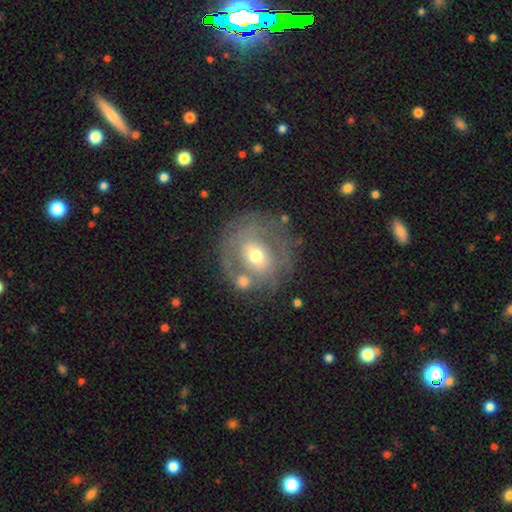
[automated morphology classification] Q: Smooth or featured?
A: featured or disk (59%); runner-up: smooth (32%)
Q: Edge-on disk?
A: no (96%); runner-up: yes (4%)
Q: Bar?
A: no (56%); runner-up: weak (31%)
Q: Spiral arms?
A: yes (52%); runner-up: no (48%)
Q: Bulge size?
A: moderate (63%); runner-up: small (28%)
Q: Merging?
A: none (61%); runner-up: minor disturbance (17%)